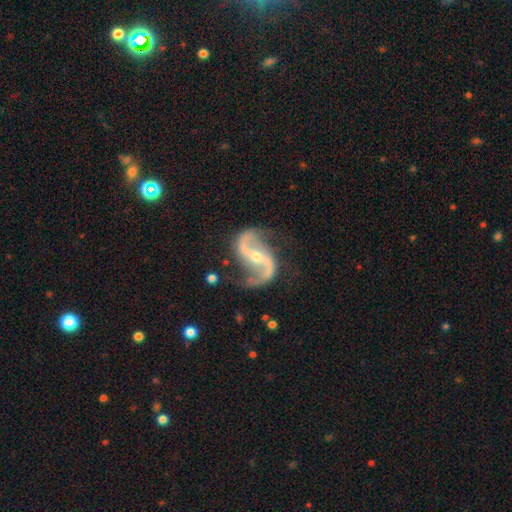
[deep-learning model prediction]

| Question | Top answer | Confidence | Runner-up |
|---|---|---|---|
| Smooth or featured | featured or disk | 92% | star or artifact (5%) |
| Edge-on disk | no | 98% | yes (2%) |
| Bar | weak | 35% | no (33%) |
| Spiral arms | yes | 98% | no (2%) |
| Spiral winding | loose | 50% | medium (40%) |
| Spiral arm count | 2 | 94% | 1 (1%) |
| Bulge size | small | 65% | moderate (31%) |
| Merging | none | 78% | minor disturbance (13%) |